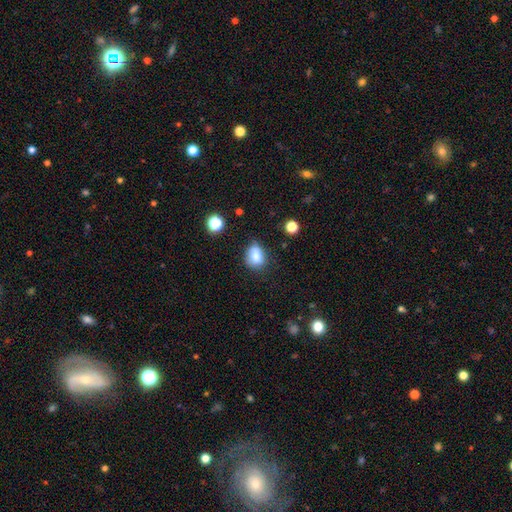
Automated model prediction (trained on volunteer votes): smooth-or-featured: smooth: 81% | star or artifact: 10% | featured or disk: 9%
  how-rounded: in between: 60% | round: 38% | cigar-shaped: 1%
  merging: none: 59% | minor disturbance: 30% | major disturbance: 7% | merger: 4%